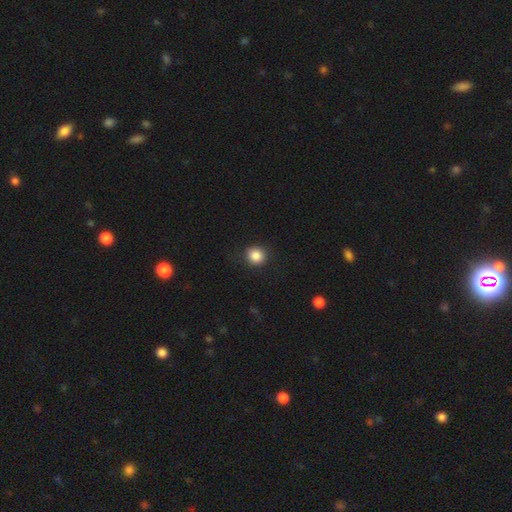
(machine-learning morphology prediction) Overall: smooth (87%). How rounded: round (86%). Merging: none (88%).